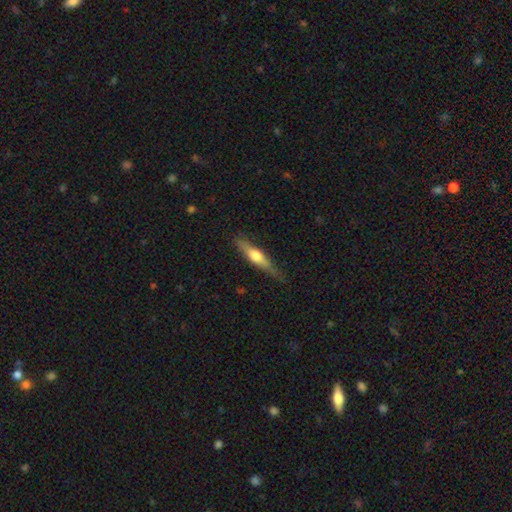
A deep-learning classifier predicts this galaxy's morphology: This is possibly a featured or disk galaxy (55%). It is clearly viewed edge-on (94%). Edge-on bulge: clearly rounded (91%). Merging: likely none (77%).